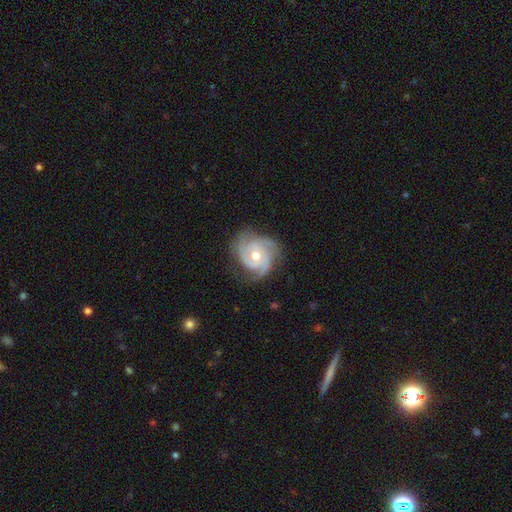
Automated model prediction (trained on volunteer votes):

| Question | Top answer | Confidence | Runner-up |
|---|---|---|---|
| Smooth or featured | featured or disk | 89% | smooth (7%) |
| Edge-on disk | no | 98% | yes (2%) |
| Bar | no | 74% | weak (21%) |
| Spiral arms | yes | 98% | no (2%) |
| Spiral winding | tight | 61% | medium (33%) |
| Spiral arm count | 3 | 62% | 4 (12%) |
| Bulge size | moderate | 68% | small (29%) |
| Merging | none | 73% | minor disturbance (19%) |